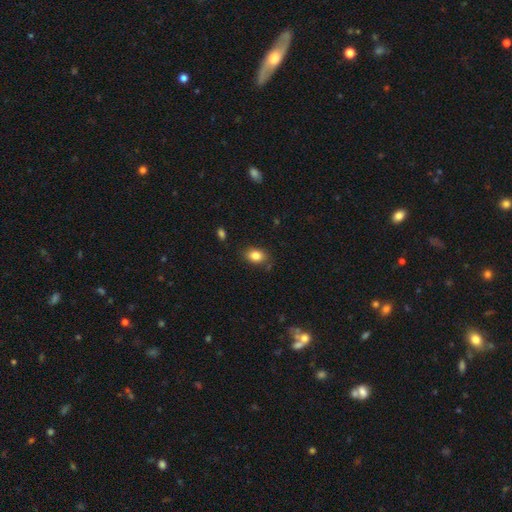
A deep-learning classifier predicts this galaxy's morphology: Smooth or featured: smooth — 84% (star or artifact — 9%)
How rounded: in between — 76% (round — 22%)
Merging: none — 81% (minor disturbance — 14%)